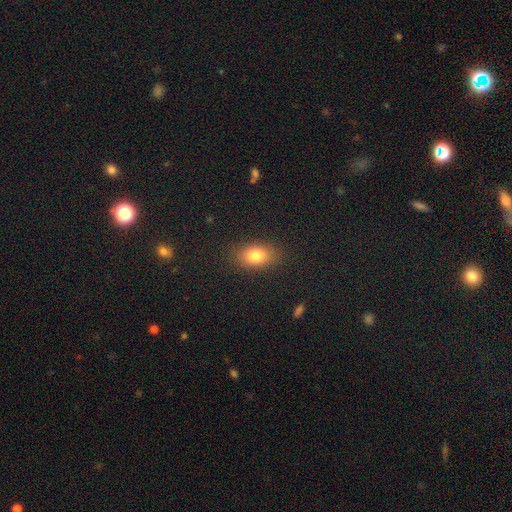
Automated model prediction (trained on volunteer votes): smooth-or-featured: smooth: 81% | star or artifact: 10% | featured or disk: 9%
  how-rounded: in between: 83% | round: 14% | cigar-shaped: 3%
  merging: none: 86% | minor disturbance: 10% | major disturbance: 3% | merger: 1%